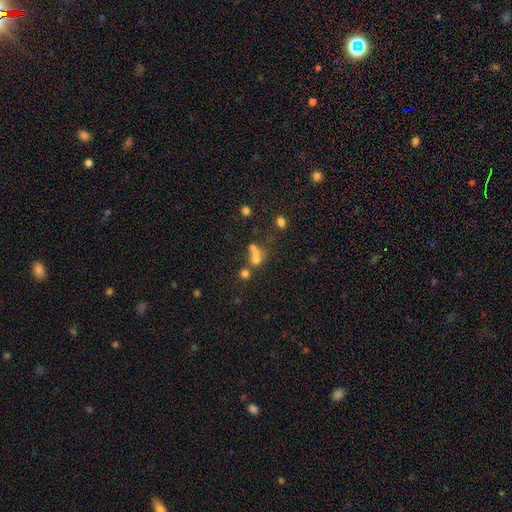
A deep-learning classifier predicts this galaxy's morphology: Smooth or featured?
  - smooth: 61% *
  - featured or disk: 20%
  - star or artifact: 19%
How rounded?
  - round: 64% *
  - in between: 34%
  - cigar-shaped: 3%
Merging?
  - merger: 52% *
  - none: 29%
  - major disturbance: 10%
  - minor disturbance: 9%